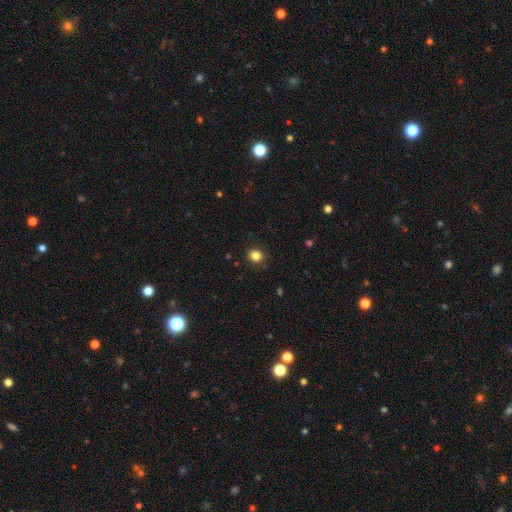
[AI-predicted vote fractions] A smooth galaxy with no disk features (84%) that is round (79%). Merging: none (90%).